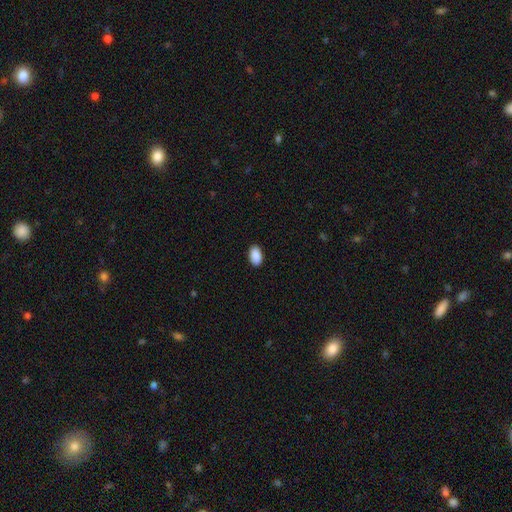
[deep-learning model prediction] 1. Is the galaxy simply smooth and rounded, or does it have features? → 91% smooth, 7% star or artifact, 3% featured or disk.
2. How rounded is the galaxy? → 94% in between, 5% round, 2% cigar-shaped.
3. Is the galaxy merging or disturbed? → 89% none, 8% minor disturbance, 2% major disturbance, 1% merger.